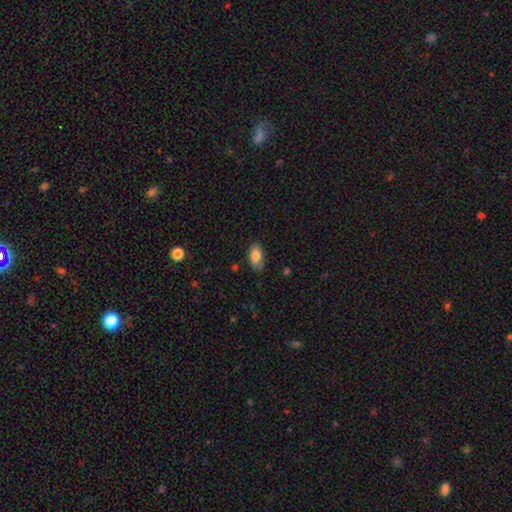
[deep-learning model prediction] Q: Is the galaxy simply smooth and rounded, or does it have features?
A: smooth — 83%.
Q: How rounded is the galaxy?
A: in between — 92%.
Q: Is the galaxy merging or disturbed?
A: none — 80%.